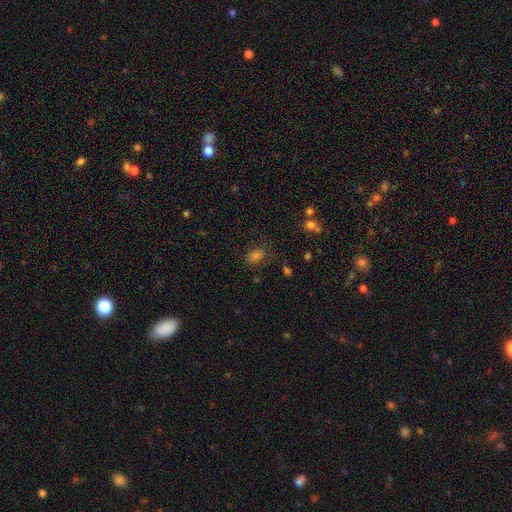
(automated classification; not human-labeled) A smooth galaxy with no disk features (65%) that is in between round and cigar-shaped (79%). Merging: none (72%).